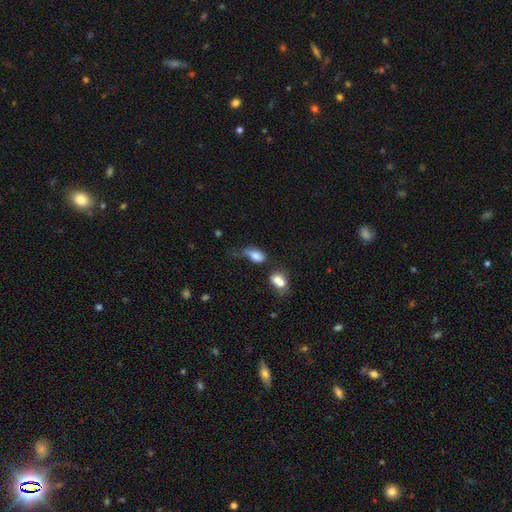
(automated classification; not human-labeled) Morphology: type=smooth (77%); roundness=in between (84%); merging=minor disturbance (29%).